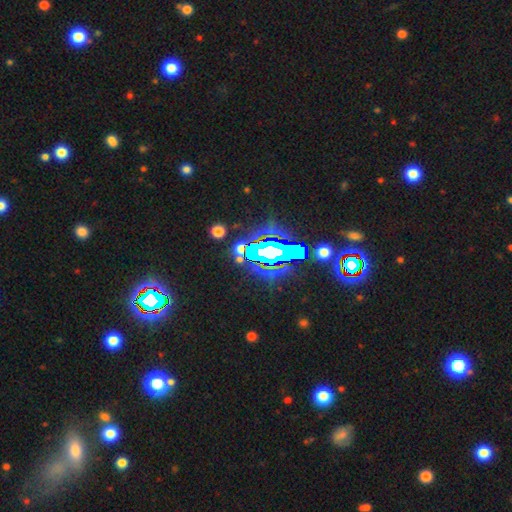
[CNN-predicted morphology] Overall: star or artifact (68%).